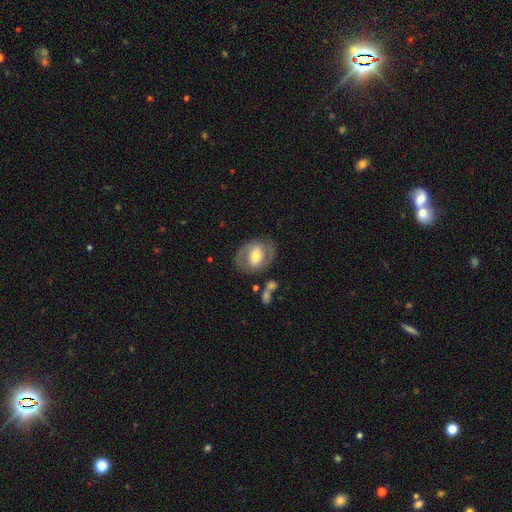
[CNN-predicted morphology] Overall: featured or disk (67%). Edge-on disk: no (96%). Bar: weak (41%; no 31%). Spiral arms: yes (74%). Bulge size: moderate (63%; small 25%). Merging: none (74%).